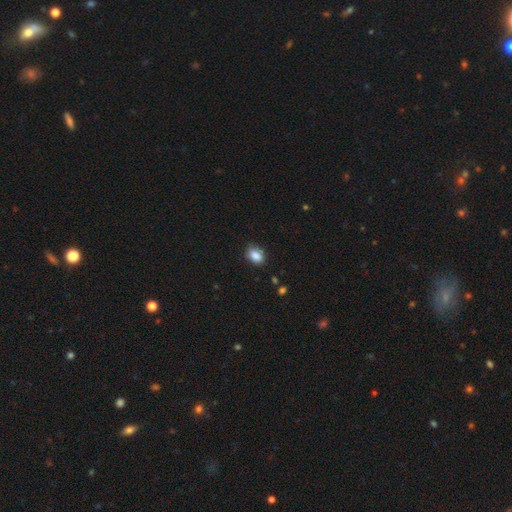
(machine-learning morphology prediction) A smooth galaxy with no disk features (87%) that is in between round and cigar-shaped (74%). Merging: none (77%).